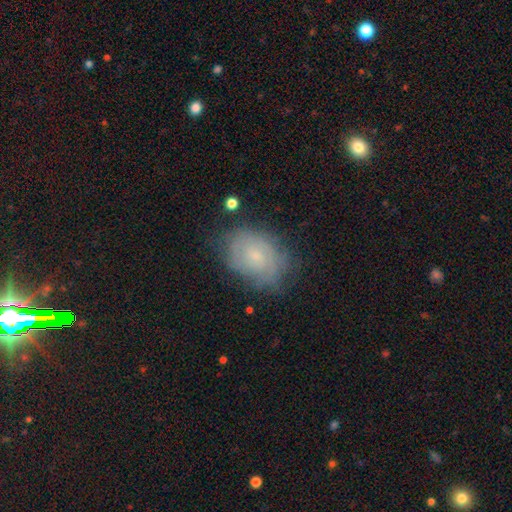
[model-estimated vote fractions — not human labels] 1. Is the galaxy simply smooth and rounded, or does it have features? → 46% smooth, 44% featured or disk, 10% star or artifact.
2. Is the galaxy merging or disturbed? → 68% none, 23% minor disturbance, 7% major disturbance, 2% merger.